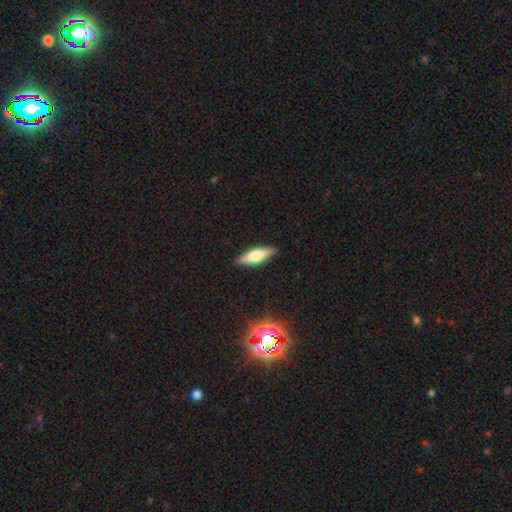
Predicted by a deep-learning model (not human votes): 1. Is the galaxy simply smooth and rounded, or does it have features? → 58% smooth, 35% featured or disk, 7% star or artifact.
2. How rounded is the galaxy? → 53% cigar-shaped, 45% in between, 2% round.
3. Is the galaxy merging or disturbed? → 88% none, 9% minor disturbance, 2% major disturbance, 1% merger.